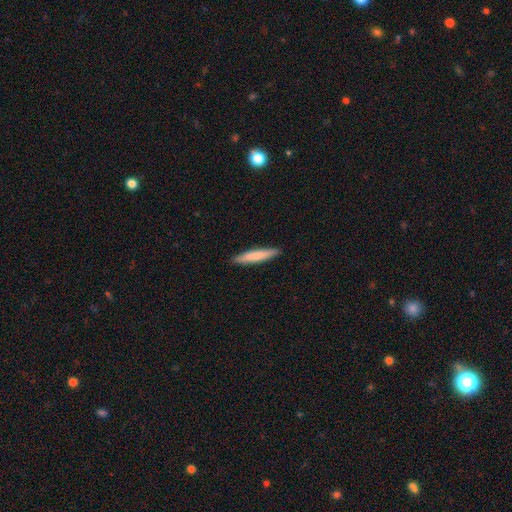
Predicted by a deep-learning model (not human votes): Smooth or featured? smooth (78%)
How rounded? cigar-shaped (91%)
Merging? none (90%)